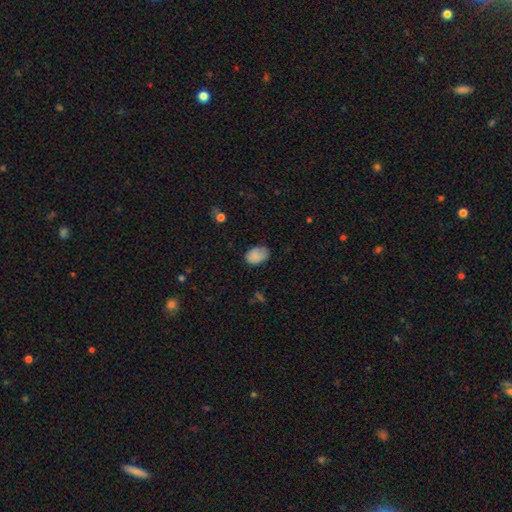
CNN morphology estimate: A smooth galaxy with no disk features (84%) that is in between round and cigar-shaped (81%). Merging: none (70%).